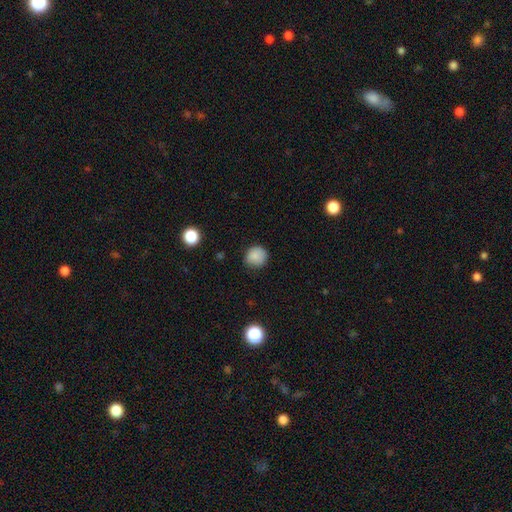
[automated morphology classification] Smooth or featured? smooth (85%)
How rounded? round (87%)
Merging? none (81%)